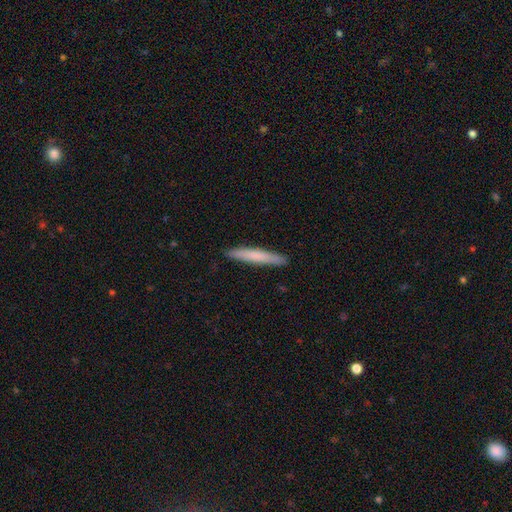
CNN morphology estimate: This is likely a smooth galaxy (73%). How rounded: clearly cigar-shaped (95%). Merging: clearly none (91%).